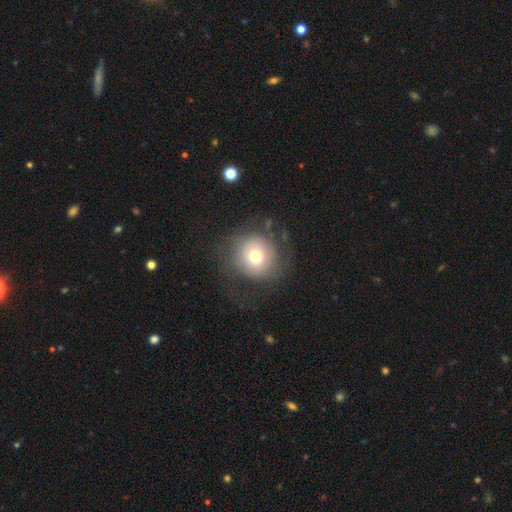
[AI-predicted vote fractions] smooth_or_featured: smooth (p=0.69) [alt: featured or disk p=0.19]
how_rounded: round (p=0.92) [alt: in between p=0.07]
merging: none (p=0.70) [alt: minor disturbance p=0.15]